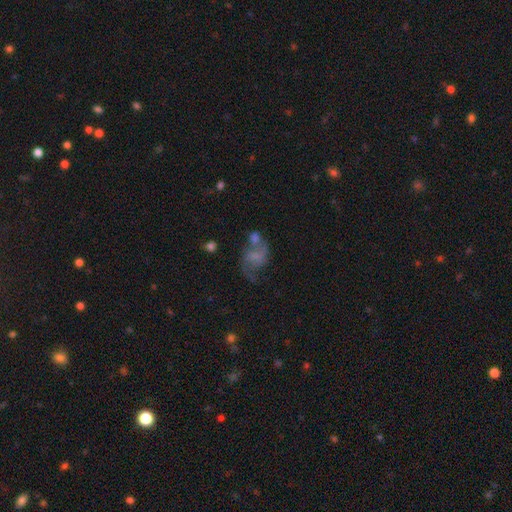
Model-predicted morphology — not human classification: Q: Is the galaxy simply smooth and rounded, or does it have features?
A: featured or disk — 56%.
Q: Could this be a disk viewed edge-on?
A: no — 97%.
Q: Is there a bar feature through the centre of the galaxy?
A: no — 55%.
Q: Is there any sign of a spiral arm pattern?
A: yes — 78%.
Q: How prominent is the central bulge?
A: none — 52%.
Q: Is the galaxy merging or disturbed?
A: none — 36%.